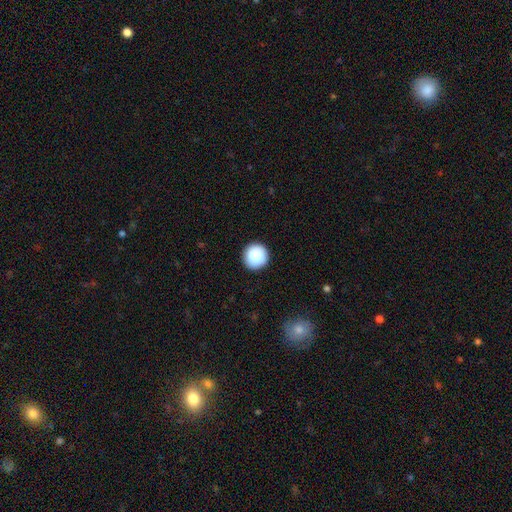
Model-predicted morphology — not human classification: This appears to be a smooth galaxy with no disk features (90%) that is round (96%). Merging: none (92%).